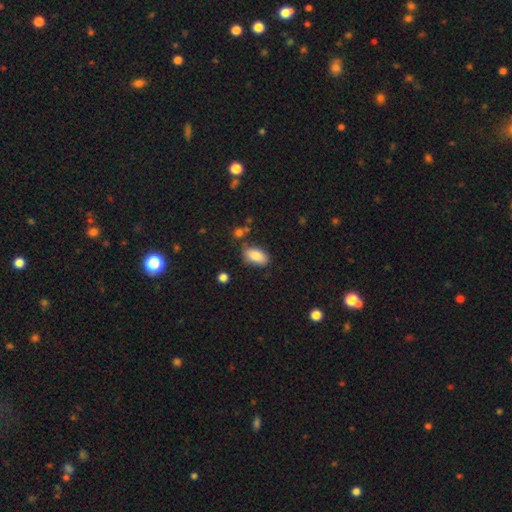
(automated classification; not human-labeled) Q: Smooth or featured?
A: smooth (87%); runner-up: star or artifact (7%)
Q: How rounded?
A: in between (93%); runner-up: round (4%)
Q: Merging?
A: none (77%); runner-up: minor disturbance (15%)